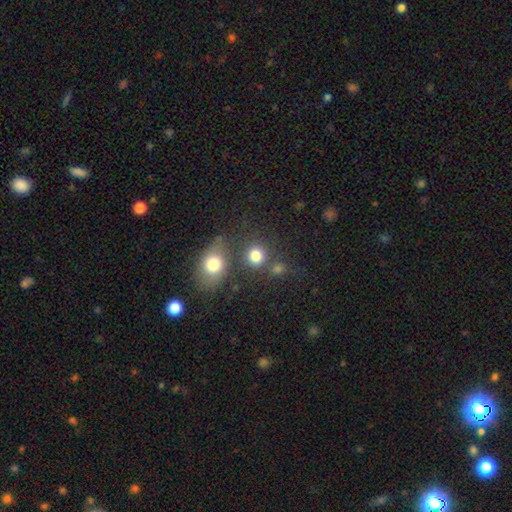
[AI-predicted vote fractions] Smooth or featured? Predicted: smooth (p=0.80). How rounded? Predicted: round (p=0.84). Merging? Predicted: none (p=0.67).